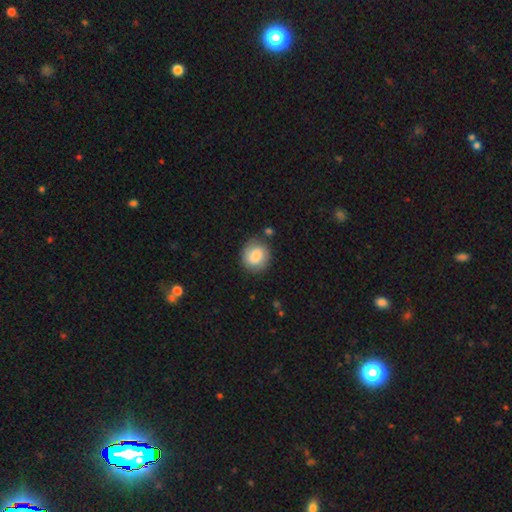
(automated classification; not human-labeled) Smooth or featured: smooth — 77% (featured or disk — 16%)
How rounded: round — 76% (in between — 23%)
Merging: none — 80% (minor disturbance — 13%)